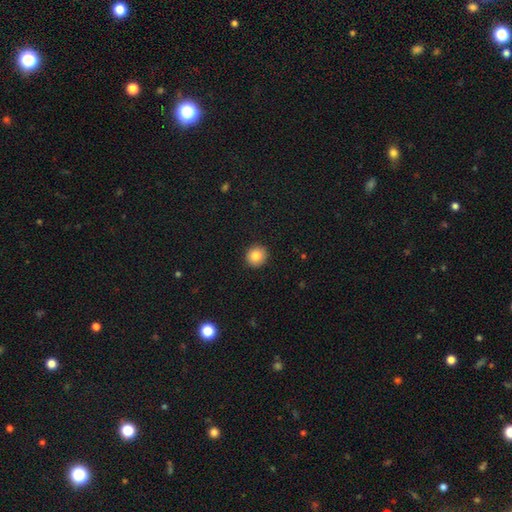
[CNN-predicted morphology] A smooth galaxy with no disk features (85%) that is round (91%). Merging: none (92%).